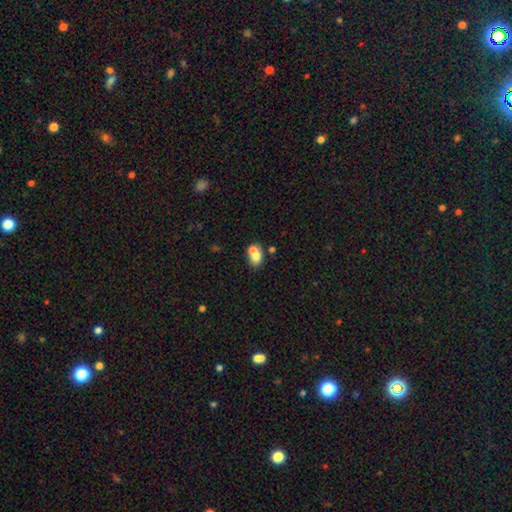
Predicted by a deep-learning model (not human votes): A smooth galaxy with no disk features (70%) that is in between round and cigar-shaped (66%). Merging: merger (53%).